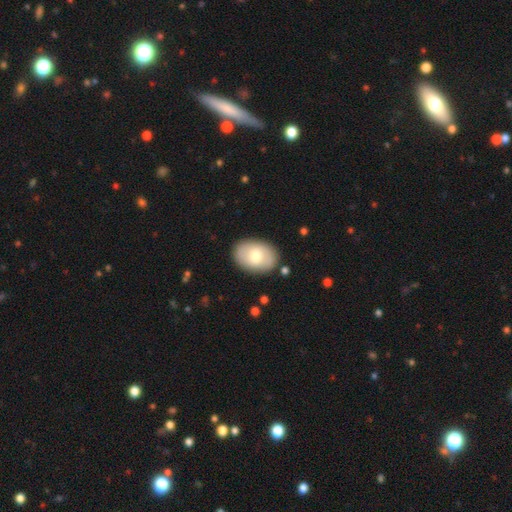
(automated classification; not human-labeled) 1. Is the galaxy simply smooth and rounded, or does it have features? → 69% smooth, 25% featured or disk, 6% star or artifact.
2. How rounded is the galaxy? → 82% in between, 17% round, 1% cigar-shaped.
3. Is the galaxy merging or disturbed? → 86% none, 9% minor disturbance, 3% major disturbance, 2% merger.